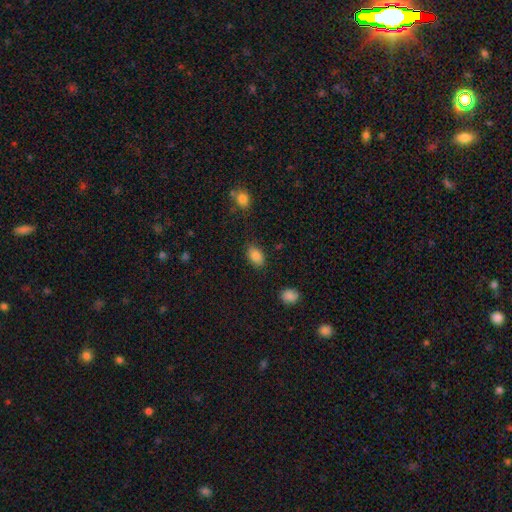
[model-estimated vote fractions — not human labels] The model was most divided on "merging": none: 84%, minor disturbance: 11%, major disturbance: 3%, merger: 2%. More confident: how rounded — in between (87%); smooth or featured — smooth (86%).